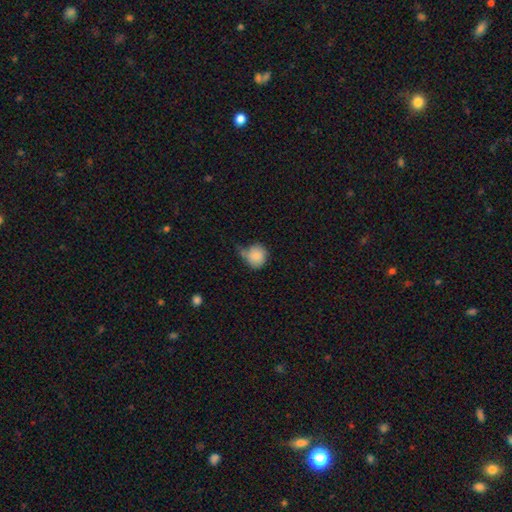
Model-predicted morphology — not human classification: This appears to be a smooth galaxy with no disk features (84%) that is round (86%). Merging: none (45%).